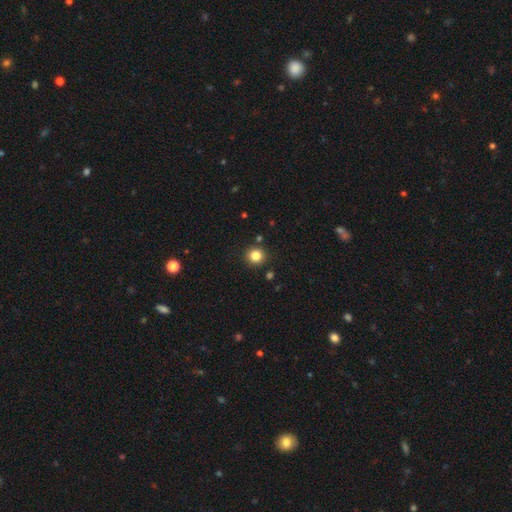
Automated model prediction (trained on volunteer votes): A smooth galaxy with no disk features (83%) that is round (93%).

Vote fractions:
- Smooth or featured? smooth: 83% / star or artifact: 12% / featured or disk: 5%
- How rounded? round: 93% / in between: 6% / cigar-shaped: 1%
- Merging? none: 89% / minor disturbance: 6% / merger: 3% / major disturbance: 2%